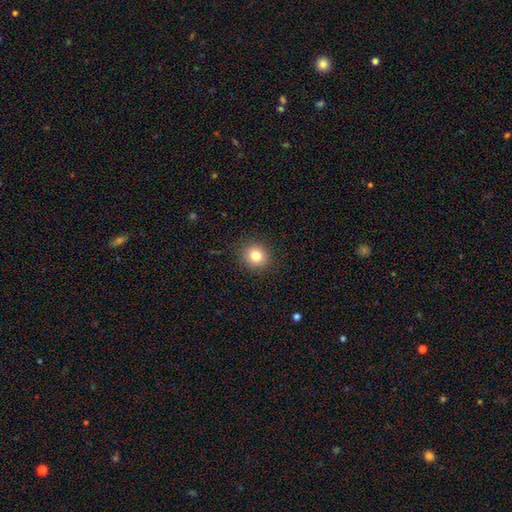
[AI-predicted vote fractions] This appears to be a smooth galaxy with no disk features (81%) that is round (88%). Merging: none (90%).